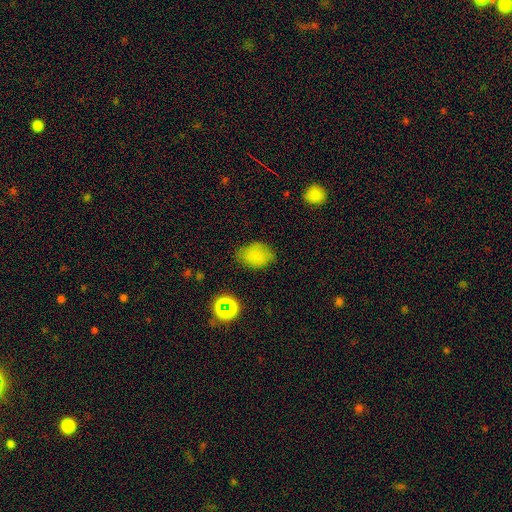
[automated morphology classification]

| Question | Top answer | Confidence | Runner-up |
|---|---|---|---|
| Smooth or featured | smooth | 78% | star or artifact (13%) |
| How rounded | in between | 82% | round (17%) |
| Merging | none | 75% | minor disturbance (19%) |